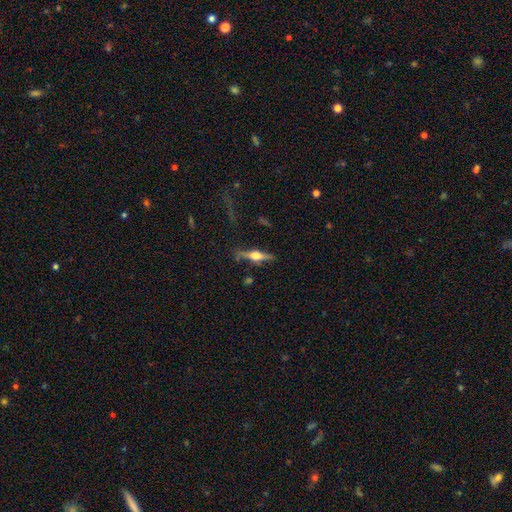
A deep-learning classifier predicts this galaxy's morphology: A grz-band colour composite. It shows a featured or disk galaxy (71%) viewed edge-on (96%) with a rounded central bulge (95%). Merging: none (80%).